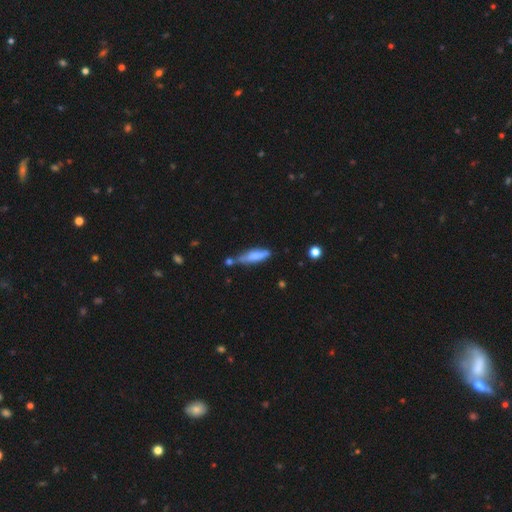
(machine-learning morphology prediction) Smooth or featured: smooth — 64% (featured or disk — 29%)
How rounded: cigar-shaped — 72% (in between — 26%)
Merging: none — 45% (minor disturbance — 27%)